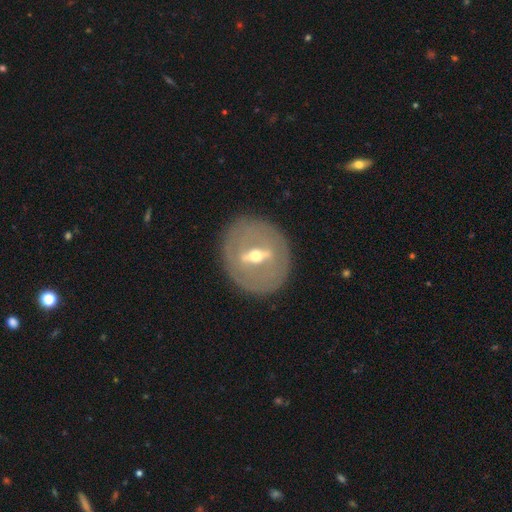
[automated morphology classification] A featured or disk galaxy (70%) with a strong bar (54%), no spiral arms (70%) and a moderate central bulge (64%).

Vote fractions:
- Smooth or featured? featured or disk: 70% / smooth: 21% / star or artifact: 8%
- Edge-on disk? no: 83% / yes: 17%
- Bar? strong: 54% / weak: 36% / no: 10%
- Spiral arms? no: 70% / yes: 30%
- Bulge size? moderate: 64% / small: 30% / large: 4% / dominant: 1% / none: 1%
- Merging? none: 84% / minor disturbance: 11% / major disturbance: 4% / merger: 1%